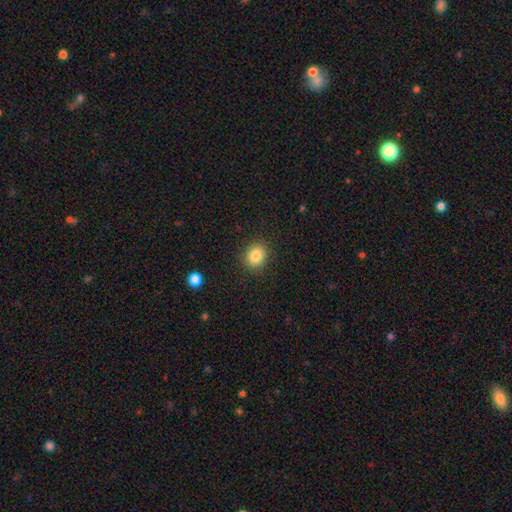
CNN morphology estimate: Smooth or featured? Predicted: smooth (p=0.85). How rounded? Predicted: round (p=0.66). Merging? Predicted: none (p=0.89).